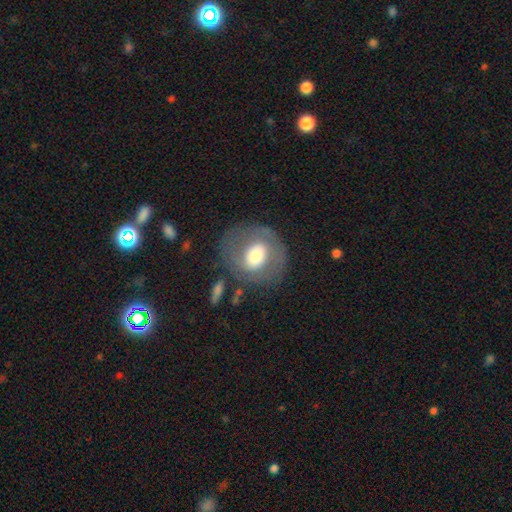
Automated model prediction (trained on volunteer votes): Smooth or featured?
  - smooth: 49% *
  - featured or disk: 43%
  - star or artifact: 7%
Merging?
  - none: 71% *
  - minor disturbance: 15%
  - major disturbance: 11%
  - merger: 3%